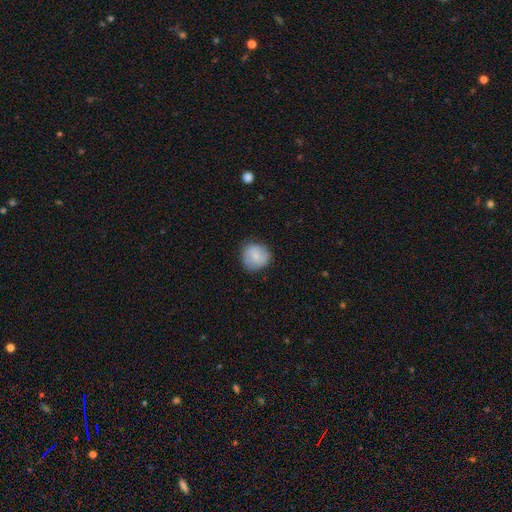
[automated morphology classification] This appears to be a smooth galaxy with no disk features (79%) that is round (89%). Merging: none (81%).